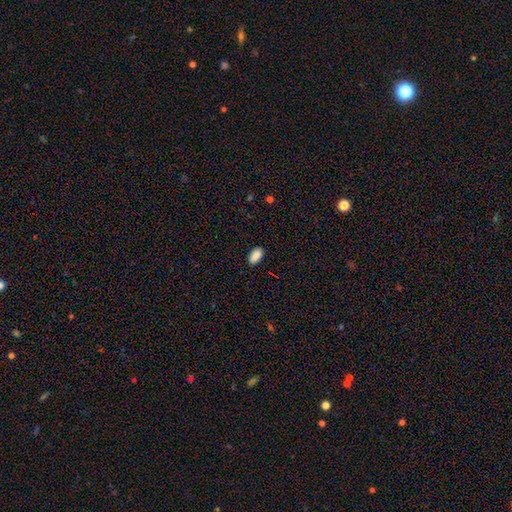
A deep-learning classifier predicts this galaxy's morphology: type=smooth (89%); roundness=in between (94%); merging=none (89%).